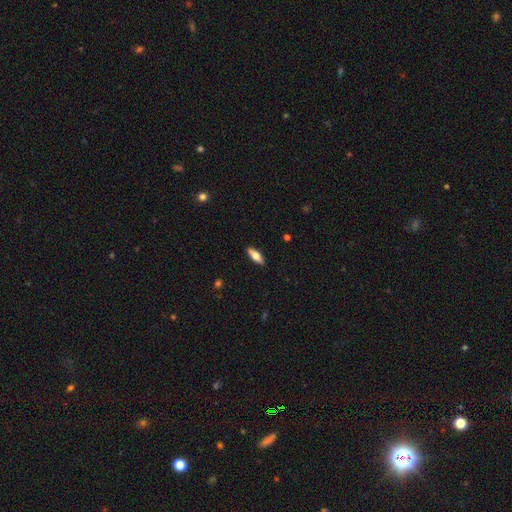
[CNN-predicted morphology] Smooth or featured? Predicted: smooth (p=0.65). How rounded? Predicted: in between (p=0.61). Merging? Predicted: none (p=0.90).